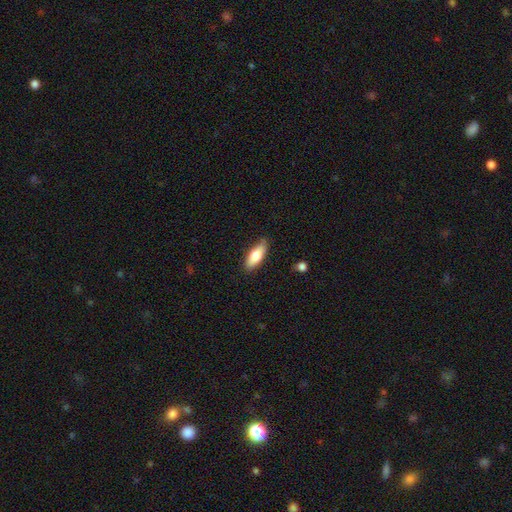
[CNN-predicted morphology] smooth-or-featured: smooth: 76% | featured or disk: 18% | star or artifact: 6%
  how-rounded: in between: 72% | cigar-shaped: 26% | round: 2%
  merging: none: 82% | minor disturbance: 15% | major disturbance: 2% | merger: 1%